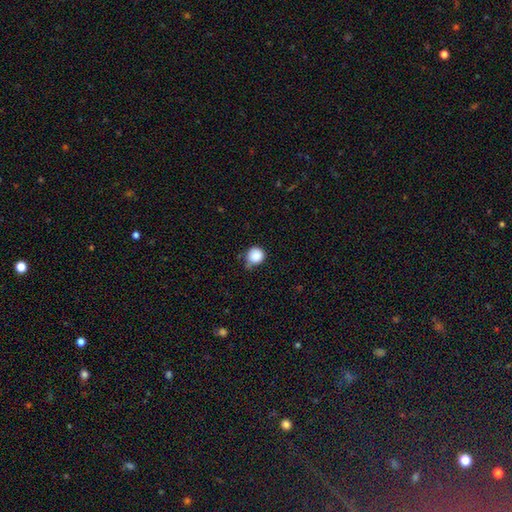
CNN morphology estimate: A smooth galaxy with no disk features (87%) that is round (91%). Merging: none (61%).